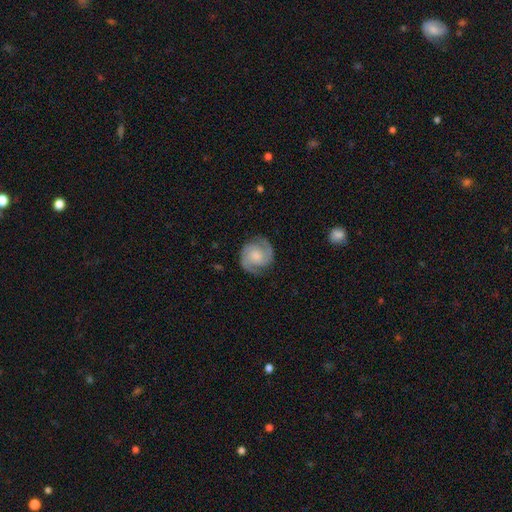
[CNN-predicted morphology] Smooth or featured: featured or disk — 83% (smooth — 12%)
Edge-on disk: no — 98% (yes — 2%)
Bar: no — 64% (weak — 30%)
Spiral arms: yes — 97% (no — 3%)
Spiral winding: medium — 47% (tight — 43%)
Spiral arm count: 2 — 88% (3 — 4%)
Bulge size: moderate — 40% (small — 33%)
Merging: none — 82% (minor disturbance — 13%)